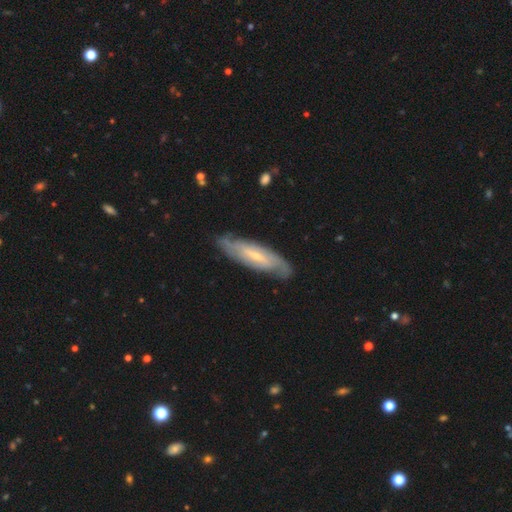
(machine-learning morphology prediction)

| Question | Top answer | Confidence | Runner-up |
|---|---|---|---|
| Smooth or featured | featured or disk | 70% | smooth (25%) |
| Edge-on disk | no | 75% | yes (25%) |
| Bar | weak | 47% | no (30%) |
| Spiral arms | yes | 87% | no (13%) |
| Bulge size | small | 63% | moderate (28%) |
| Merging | none | 78% | minor disturbance (16%) |